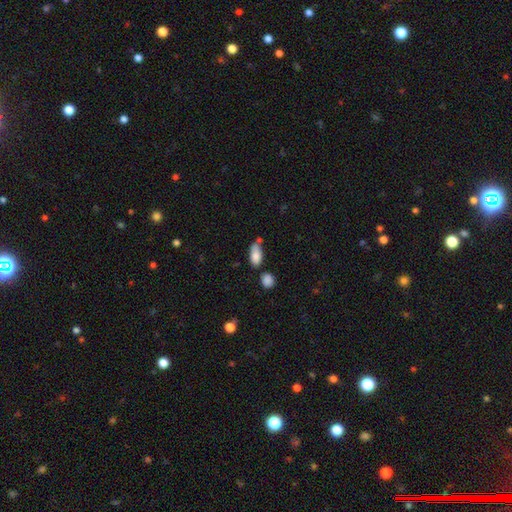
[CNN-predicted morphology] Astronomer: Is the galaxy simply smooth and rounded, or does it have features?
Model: smooth — 83%.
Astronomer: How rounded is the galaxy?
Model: in between — 87%.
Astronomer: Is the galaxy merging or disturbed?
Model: none — 51%.